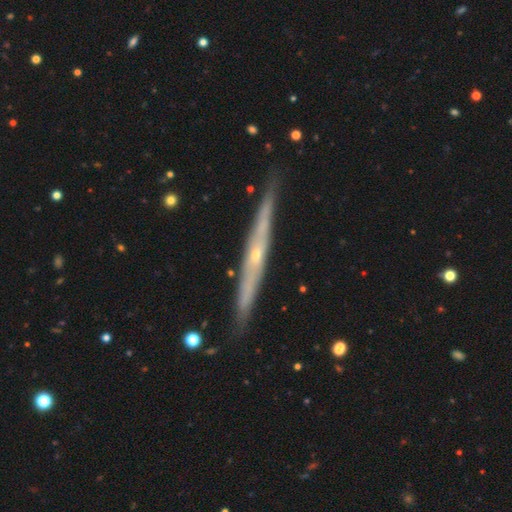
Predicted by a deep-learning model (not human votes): This appears to be a featured or disk galaxy (78%) viewed edge-on (95%) with a rounded central bulge (56%). Merging: none (87%).